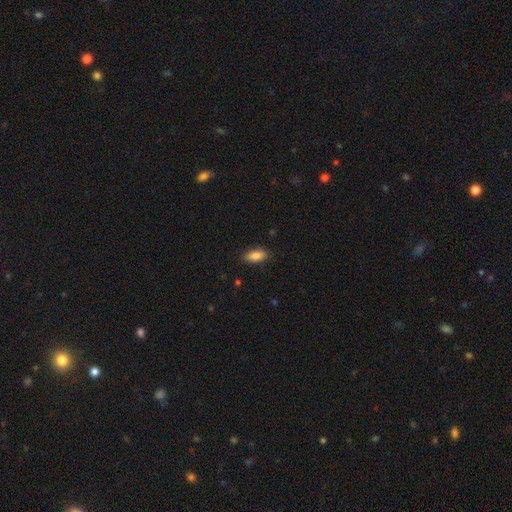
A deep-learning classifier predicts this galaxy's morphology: Q: Smooth or featured?
A: smooth (87%); runner-up: star or artifact (7%)
Q: How rounded?
A: in between (86%); runner-up: cigar-shaped (11%)
Q: Merging?
A: none (85%); runner-up: minor disturbance (11%)